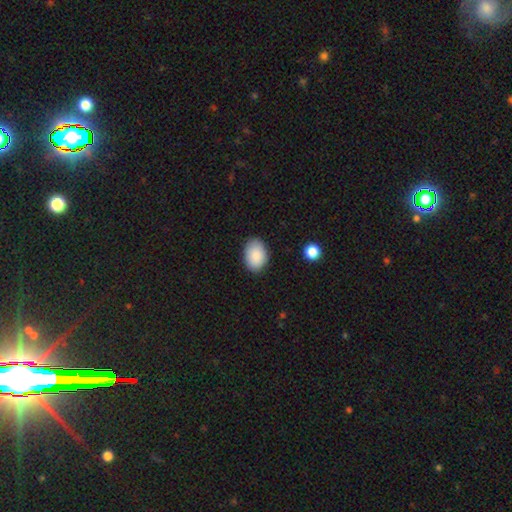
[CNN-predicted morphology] smooth 89%, star or artifact 7%, featured or disk 4%. Down the decision tree: how rounded — in between (84%); merging — none (86%).